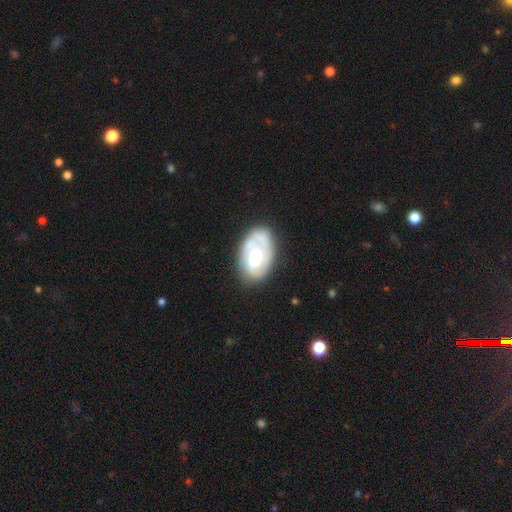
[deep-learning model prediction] Q: Smooth or featured?
A: featured or disk (59%); runner-up: smooth (35%)
Q: Edge-on disk?
A: no (96%); runner-up: yes (4%)
Q: Bar?
A: no (66%); runner-up: weak (27%)
Q: Spiral arms?
A: yes (71%); runner-up: no (29%)
Q: Bulge size?
A: moderate (42%); runner-up: large (28%)
Q: Merging?
A: none (64%); runner-up: minor disturbance (23%)